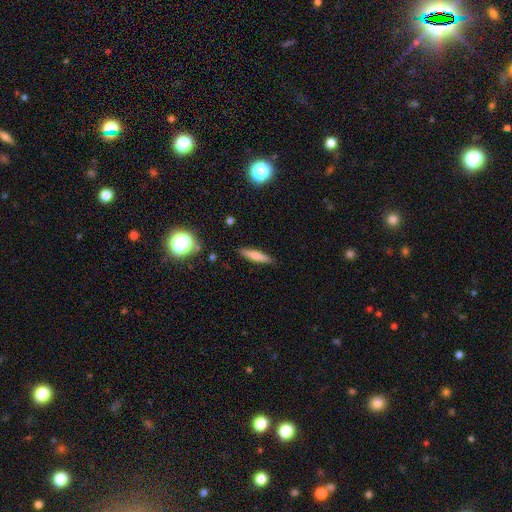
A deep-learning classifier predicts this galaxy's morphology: type=smooth (67%); roundness=cigar-shaped (81%); merging=none (87%).